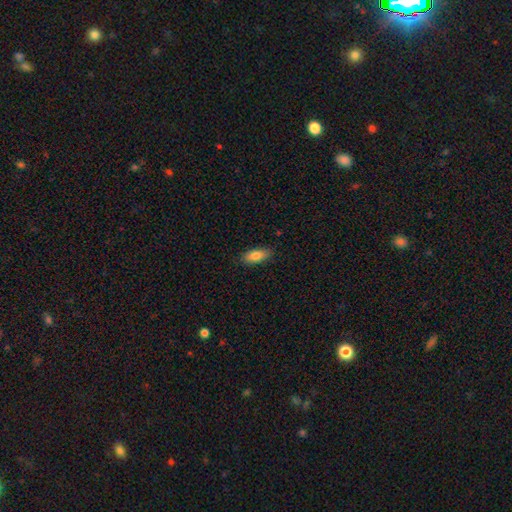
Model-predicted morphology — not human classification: type=smooth (82%); roundness=in between (82%); merging=none (86%).